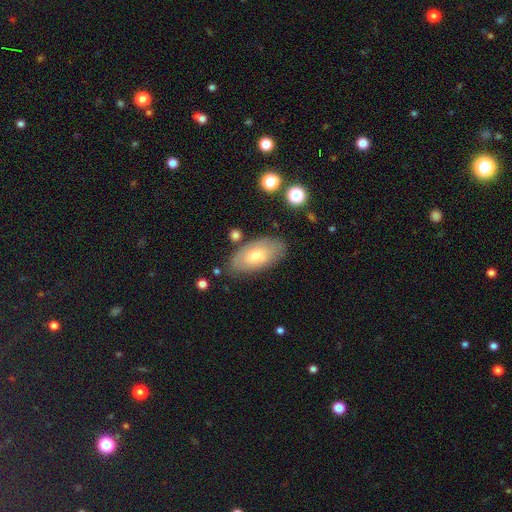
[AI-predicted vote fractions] Overall: smooth (63%; featured or disk 29%). How rounded: in between (93%). Merging: none (77%).